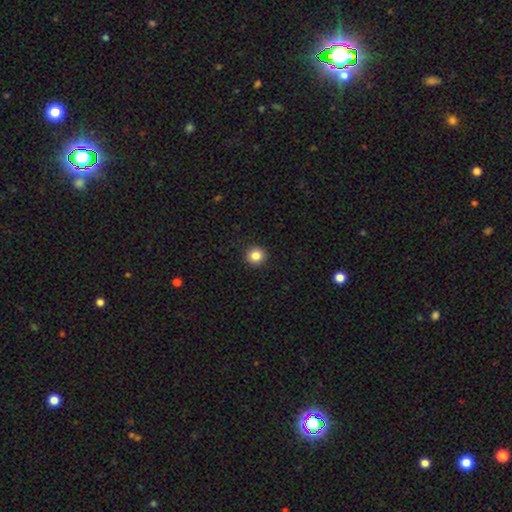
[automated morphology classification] Overall: smooth (85%). How rounded: round (93%). Merging: none (92%).